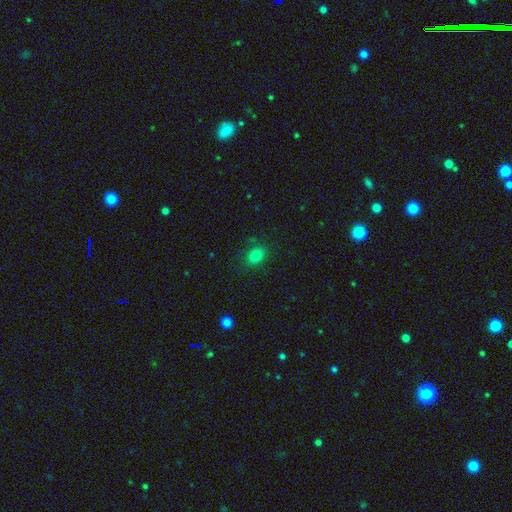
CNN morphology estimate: Smooth or featured?
  - smooth: 82% *
  - star or artifact: 12%
  - featured or disk: 6%
How rounded?
  - in between: 55% *
  - round: 43%
  - cigar-shaped: 1%
Merging?
  - none: 81% *
  - minor disturbance: 13%
  - major disturbance: 4%
  - merger: 2%